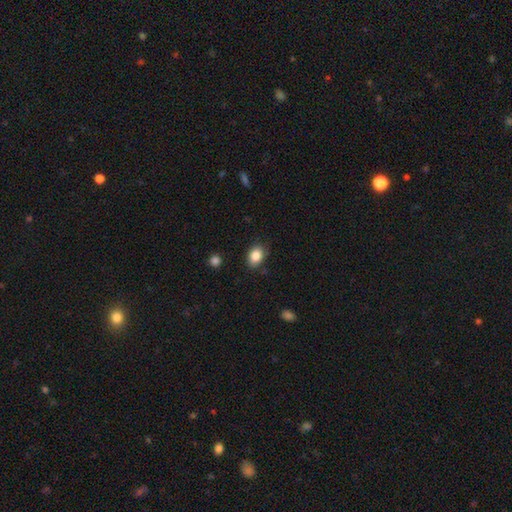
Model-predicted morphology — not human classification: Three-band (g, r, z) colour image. It shows a smooth galaxy with no disk features (86%) that is in between round and cigar-shaped (77%). Merging: none (82%).